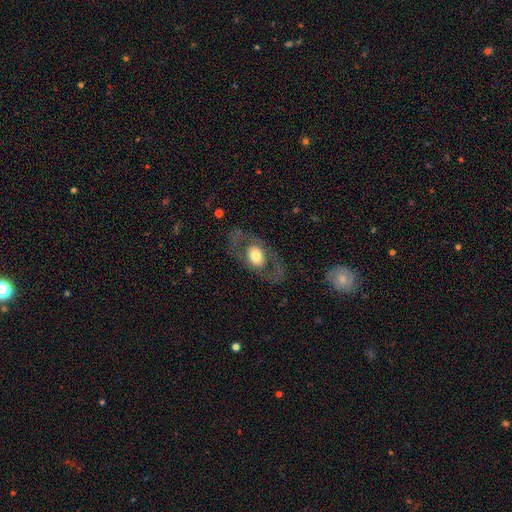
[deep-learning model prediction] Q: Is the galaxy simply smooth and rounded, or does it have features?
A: featured or disk — 50%.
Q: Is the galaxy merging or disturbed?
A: none — 74%.